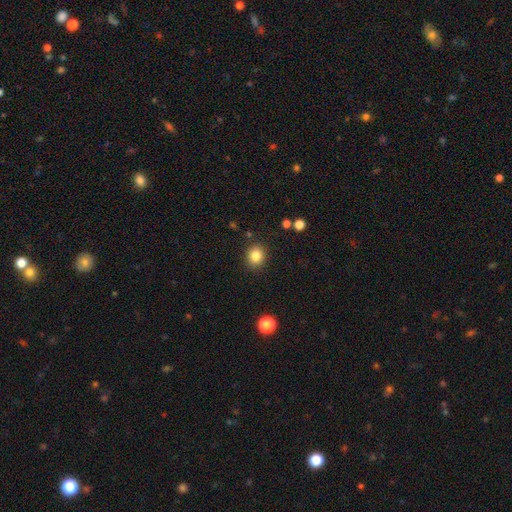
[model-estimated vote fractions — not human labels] Smooth or featured? Predicted: smooth (p=0.84). How rounded? Predicted: round (p=0.76). Merging? Predicted: none (p=0.88).